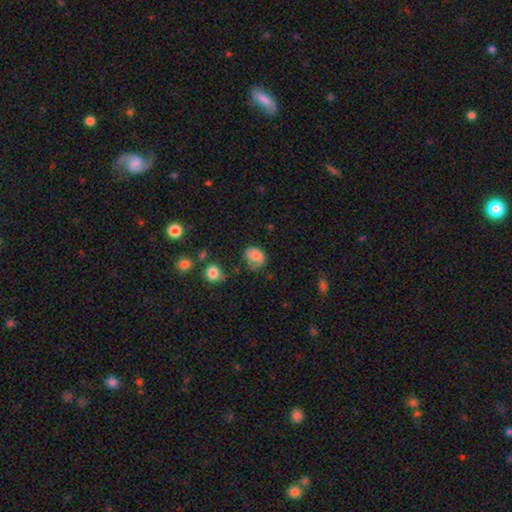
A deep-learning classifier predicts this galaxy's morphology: smooth_or_featured: smooth (p=0.80) [alt: featured or disk p=0.10]
how_rounded: in between (p=0.55) [alt: round p=0.44]
merging: none (p=0.45) [alt: minor disturbance p=0.35]